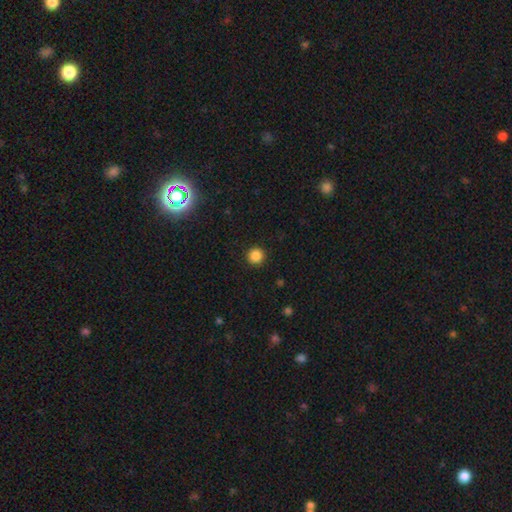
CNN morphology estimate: Overall: smooth (86%). How rounded: round (95%). Merging: none (93%).